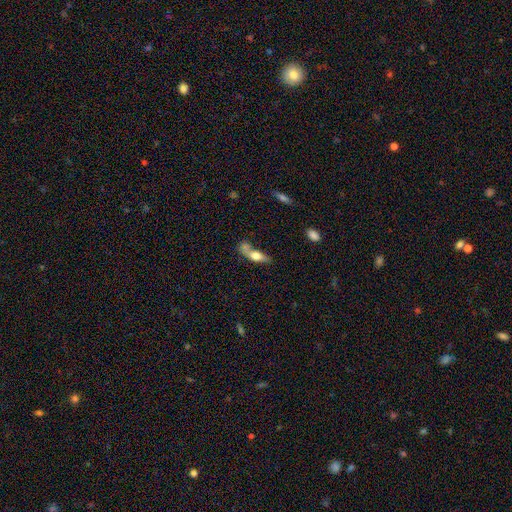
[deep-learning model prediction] Smooth or featured? smooth (58%)
How rounded? in between (53%)
Merging? merger (36%)